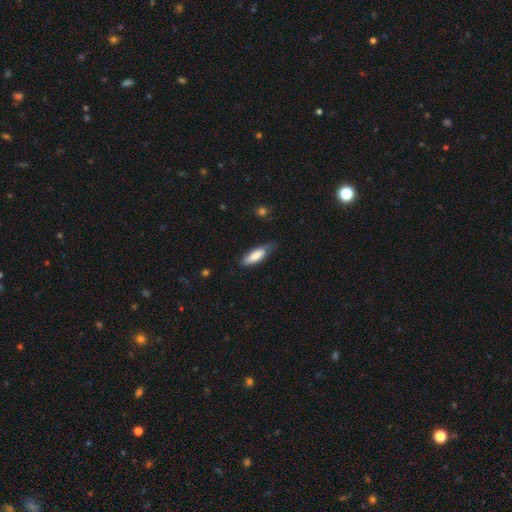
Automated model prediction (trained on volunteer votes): Smooth or featured?
  - smooth: 80% *
  - featured or disk: 14%
  - star or artifact: 6%
How rounded?
  - in between: 51% *
  - cigar-shaped: 47%
  - round: 2%
Merging?
  - none: 69% *
  - minor disturbance: 25%
  - major disturbance: 5%
  - merger: 1%